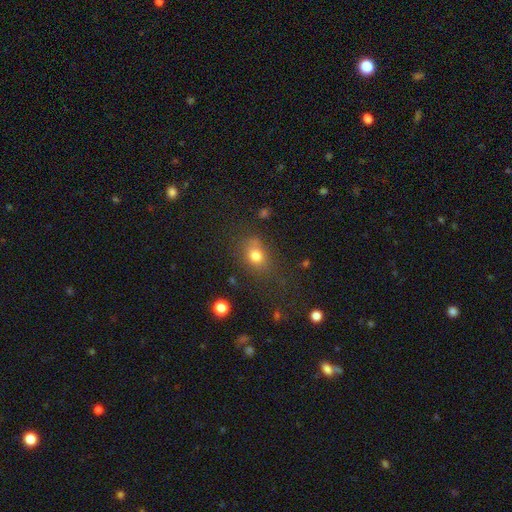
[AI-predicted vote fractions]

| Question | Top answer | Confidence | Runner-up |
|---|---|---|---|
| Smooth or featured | smooth | 77% | star or artifact (14%) |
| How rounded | in between | 60% | round (38%) |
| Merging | none | 67% | minor disturbance (20%) |